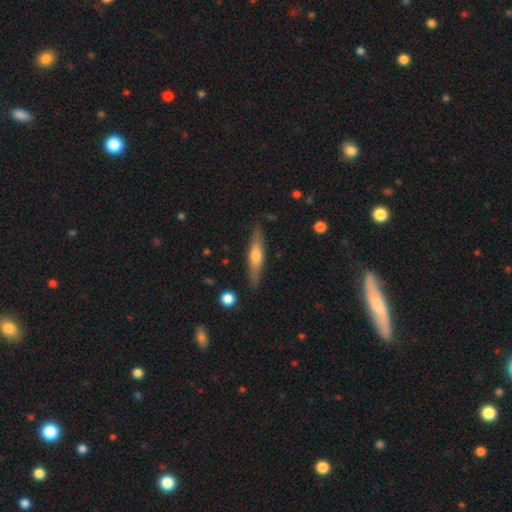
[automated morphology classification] smooth-or-featured: featured or disk: 53% | smooth: 41% | star or artifact: 6%
  disk-edge-on: yes: 93% | no: 7%
  merging: none: 86% | minor disturbance: 10% | major disturbance: 2% | merger: 2%